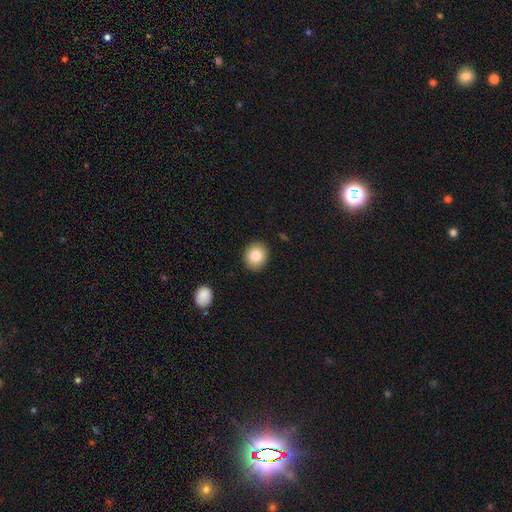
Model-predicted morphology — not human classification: The model was most divided on "how rounded": round: 74%, in between: 25%, cigar-shaped: 1%. More confident: merging — none (89%); smooth or featured — smooth (85%).